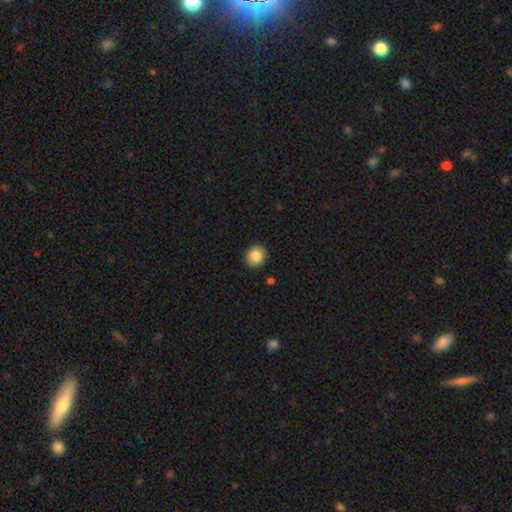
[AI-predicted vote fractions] Smooth or featured?
  - smooth: 84% *
  - star or artifact: 9%
  - featured or disk: 8%
How rounded?
  - round: 80% *
  - in between: 19%
  - cigar-shaped: 1%
Merging?
  - none: 90% *
  - minor disturbance: 7%
  - major disturbance: 2%
  - merger: 1%